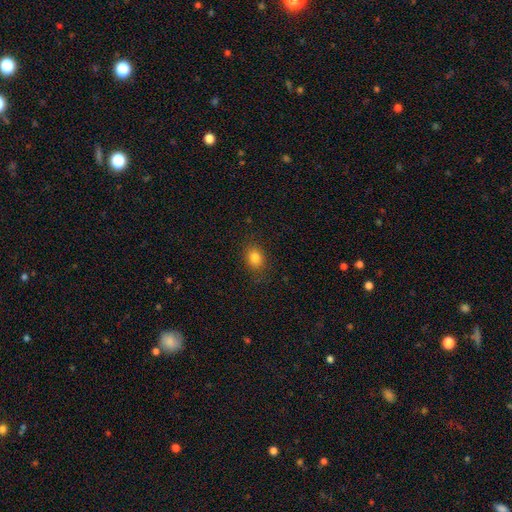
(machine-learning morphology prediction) Smooth or featured? Predicted: smooth (p=0.80). How rounded? Predicted: in between (p=0.51). Merging? Predicted: none (p=0.85).